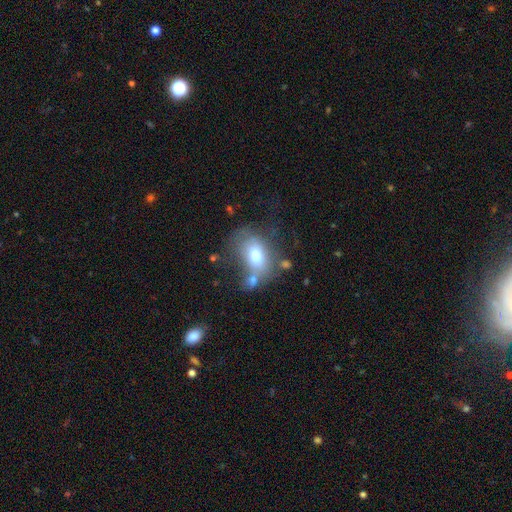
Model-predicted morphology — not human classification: This appears to be a smooth galaxy with no disk features (66%) that is in between round and cigar-shaped (70%). Merging: none (41%).